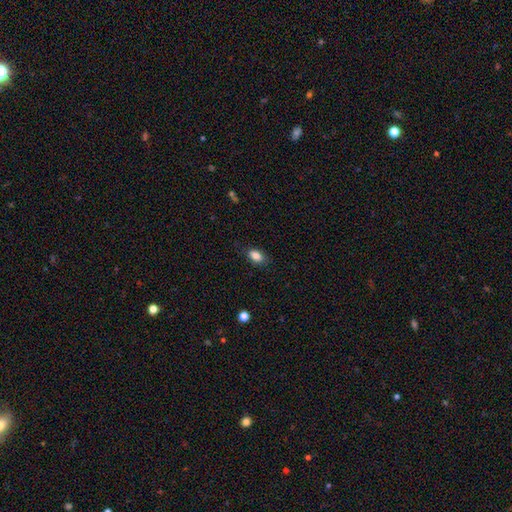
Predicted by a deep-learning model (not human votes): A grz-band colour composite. It shows a smooth galaxy with no disk features (86%) that is in between round and cigar-shaped (87%). Merging: none (82%).